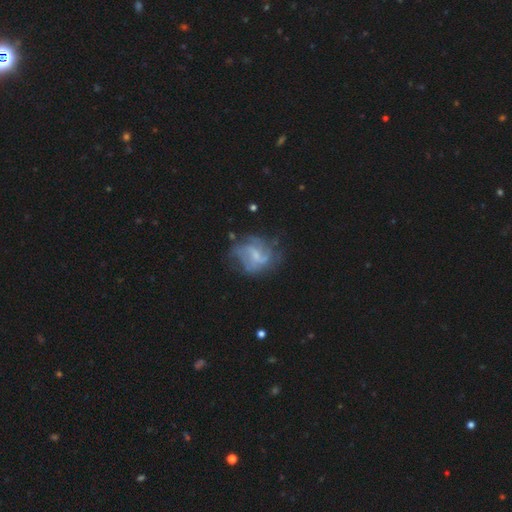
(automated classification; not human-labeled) Morphology: type=featured or disk (73%); edge-on=no (98%); bar=weak (53%); spiral arms=yes (80%); winding=medium (41%); arm count=can't tell (35%); bulge=small (45%); merging=none (55%).